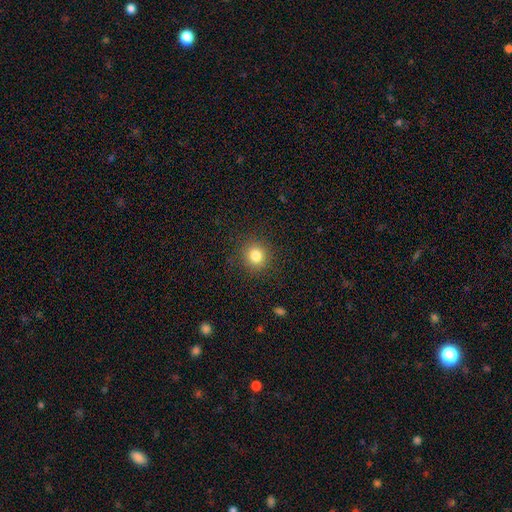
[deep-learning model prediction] Smooth or featured? smooth (82%)
How rounded? round (90%)
Merging? none (90%)